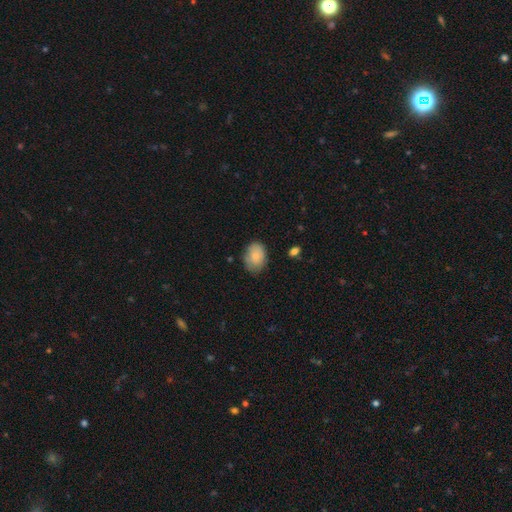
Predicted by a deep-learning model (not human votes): Overall: smooth (80%). How rounded: in between (75%). Merging: none (73%).